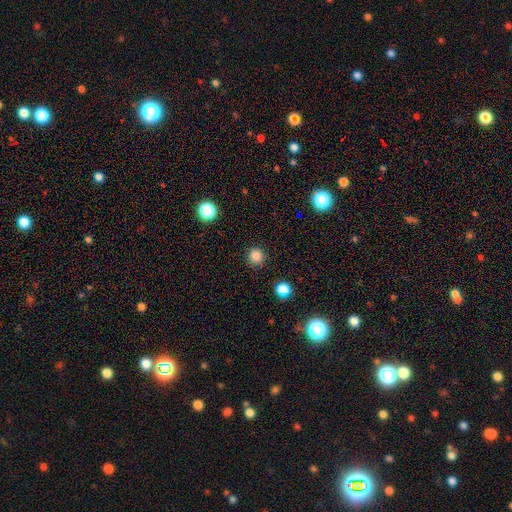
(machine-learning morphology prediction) Q: Smooth or featured?
A: smooth (83%); runner-up: star or artifact (13%)
Q: How rounded?
A: round (94%); runner-up: in between (6%)
Q: Merging?
A: none (90%); runner-up: minor disturbance (6%)